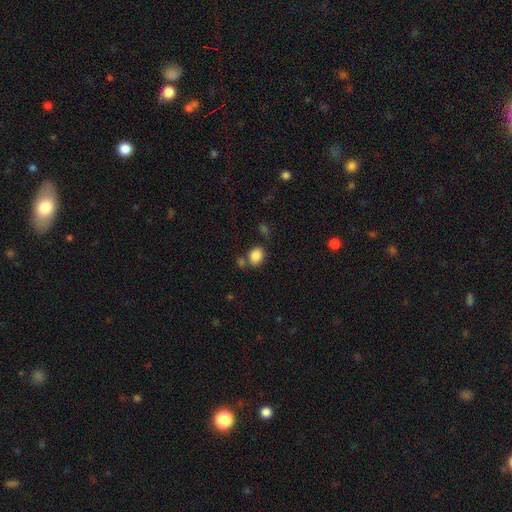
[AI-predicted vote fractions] smooth_or_featured: smooth (p=0.86) [alt: star or artifact p=0.09]
how_rounded: in between (p=0.50) [alt: round p=0.49]
merging: none (p=0.66) [alt: merger p=0.15]